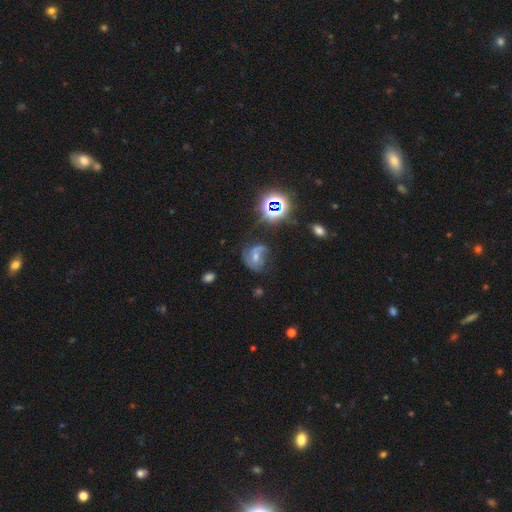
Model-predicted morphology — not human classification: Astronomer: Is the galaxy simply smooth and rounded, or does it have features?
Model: featured or disk — 63%.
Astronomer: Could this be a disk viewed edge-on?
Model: no — 97%.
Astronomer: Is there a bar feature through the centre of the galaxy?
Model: no — 45% (runner-up: weak, 39%).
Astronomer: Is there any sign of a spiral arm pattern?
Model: yes — 86%.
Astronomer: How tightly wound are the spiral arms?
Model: medium — 44% (runner-up: loose, 35%).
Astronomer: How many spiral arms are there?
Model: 2 — 46% (runner-up: 1, 31%).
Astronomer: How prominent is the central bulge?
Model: moderate — 51% (runner-up: small, 41%).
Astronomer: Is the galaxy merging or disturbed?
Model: none — 42% (runner-up: major disturbance, 25%).